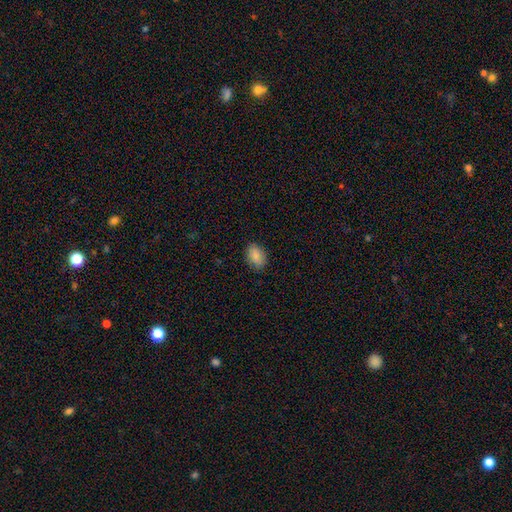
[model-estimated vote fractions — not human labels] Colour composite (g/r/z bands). It shows a smooth galaxy with no disk features (87%) that is in between round and cigar-shaped (87%). Merging: none (86%).